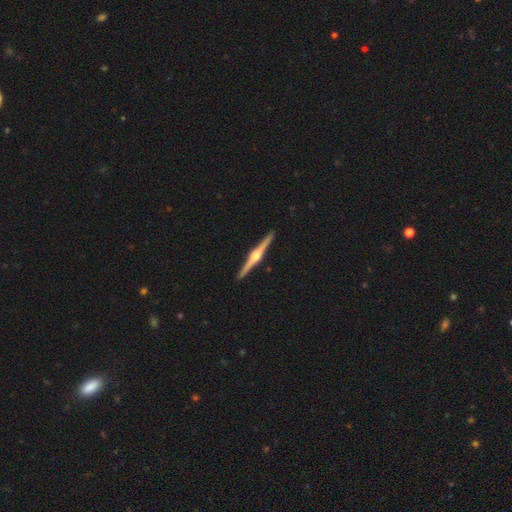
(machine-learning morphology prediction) featured or disk 88%, smooth 8%, star or artifact 4%. Down the decision tree: edge-on disk — yes (99%); edge-on bulge — rounded (94%); merging — none (93%).